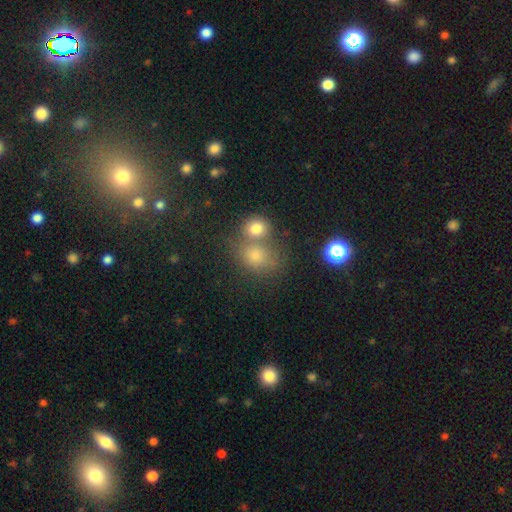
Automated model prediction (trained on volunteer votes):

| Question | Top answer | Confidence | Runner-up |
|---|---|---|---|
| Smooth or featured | smooth | 74% | star or artifact (16%) |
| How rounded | round | 61% | in between (38%) |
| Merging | merger | 43% | none (41%) |